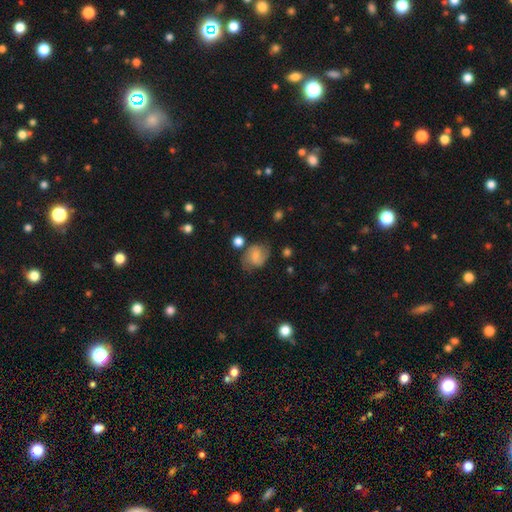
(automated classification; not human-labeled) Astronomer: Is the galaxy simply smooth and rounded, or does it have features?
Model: smooth — 52% (runner-up: featured or disk, 38%).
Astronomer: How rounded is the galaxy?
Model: in between — 50% (runner-up: round, 49%).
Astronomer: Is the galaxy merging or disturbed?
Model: none — 59%.